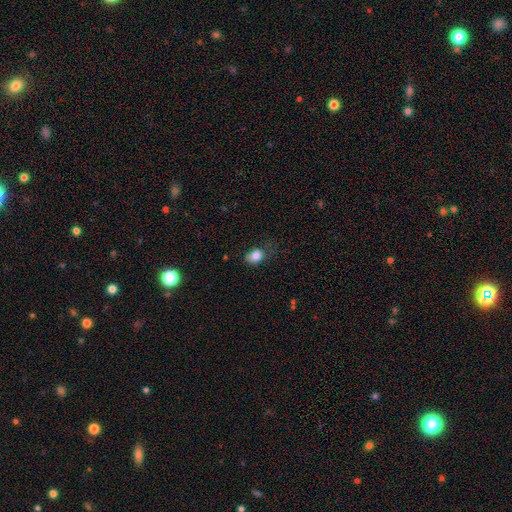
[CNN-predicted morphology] smooth-or-featured: smooth: 81% | star or artifact: 10% | featured or disk: 9%
  how-rounded: in between: 61% | round: 38% | cigar-shaped: 1%
  merging: none: 52% | minor disturbance: 31% | major disturbance: 15% | merger: 2%